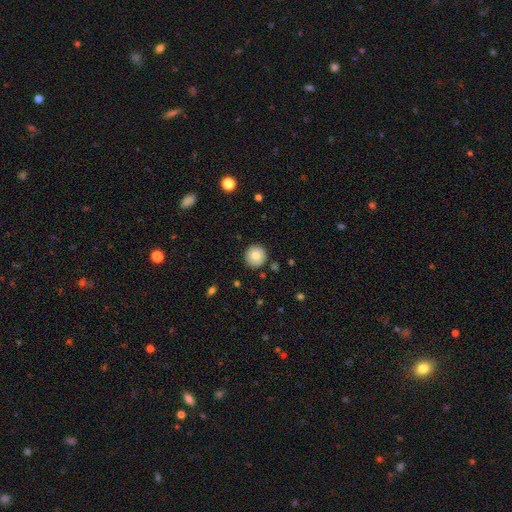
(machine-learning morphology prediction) Smooth or featured?
  - smooth: 81% *
  - featured or disk: 10%
  - star or artifact: 9%
How rounded?
  - round: 94% *
  - in between: 5%
  - cigar-shaped: 1%
Merging?
  - none: 89% *
  - minor disturbance: 8%
  - major disturbance: 2%
  - merger: 1%